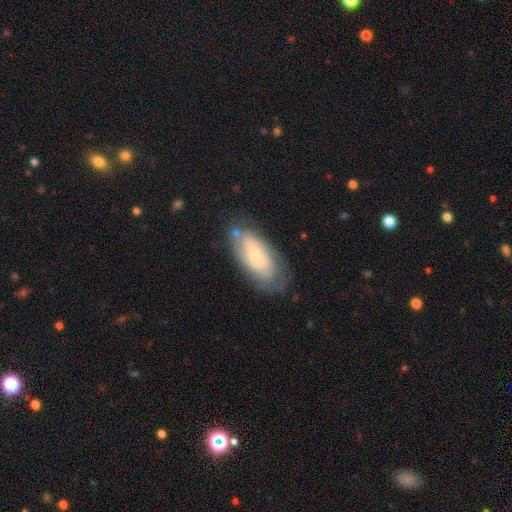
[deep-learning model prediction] A featured or disk galaxy (62%) with no bar (60%), spiral arms (81%) and a small central bulge (73%).

Vote fractions:
- Smooth or featured? featured or disk: 62% / smooth: 31% / star or artifact: 7%
- Edge-on disk? no: 91% / yes: 9%
- Bar? no: 60% / weak: 31% / strong: 8%
- Spiral arms? yes: 81% / no: 19%
- Bulge size? small: 73% / moderate: 21% / none: 3% / large: 2% / dominant: 1%
- Merging? none: 69% / minor disturbance: 21% / major disturbance: 7% / merger: 3%